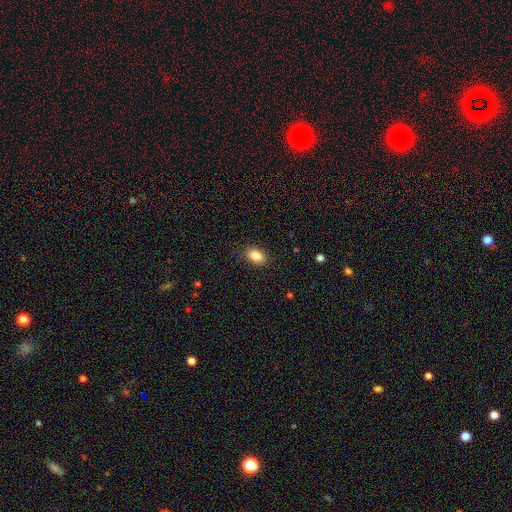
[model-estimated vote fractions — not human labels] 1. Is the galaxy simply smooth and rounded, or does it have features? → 87% smooth, 8% star or artifact, 5% featured or disk.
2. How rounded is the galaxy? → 88% in between, 10% round, 2% cigar-shaped.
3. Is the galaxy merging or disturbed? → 85% none, 11% minor disturbance, 3% major disturbance, 1% merger.